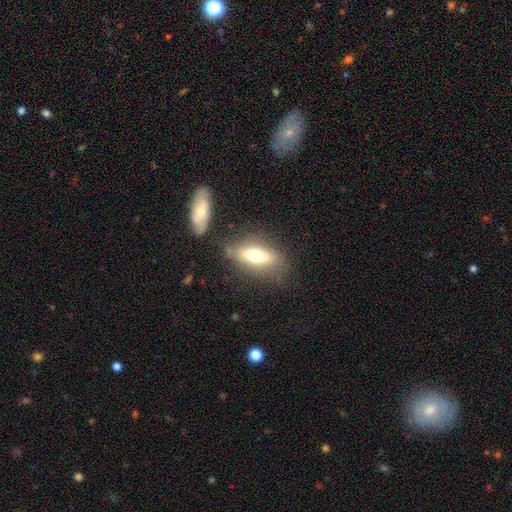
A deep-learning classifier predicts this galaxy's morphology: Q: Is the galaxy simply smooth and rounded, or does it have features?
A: smooth — 57%.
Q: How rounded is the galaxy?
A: in between — 67%.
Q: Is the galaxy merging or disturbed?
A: none — 68%.